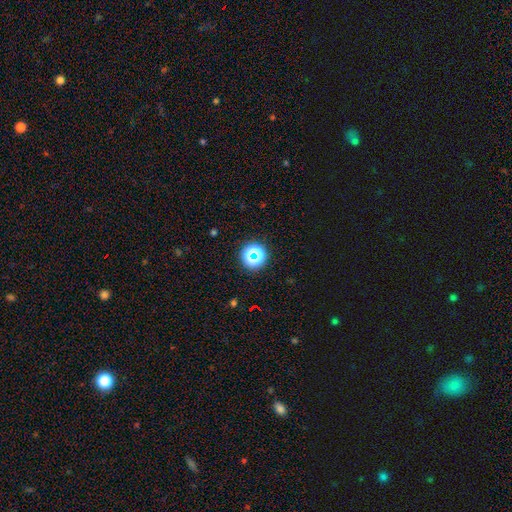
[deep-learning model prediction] This is possibly a star or artifact rather than a galaxy (59%).